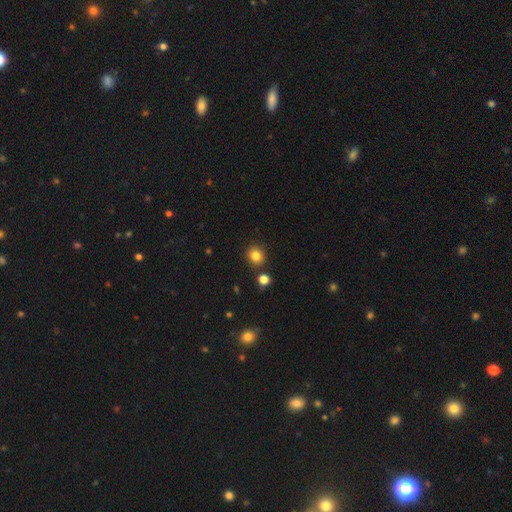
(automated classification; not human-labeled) This appears to be a smooth galaxy with no disk features (83%) that is round (86%). Merging: none (86%).